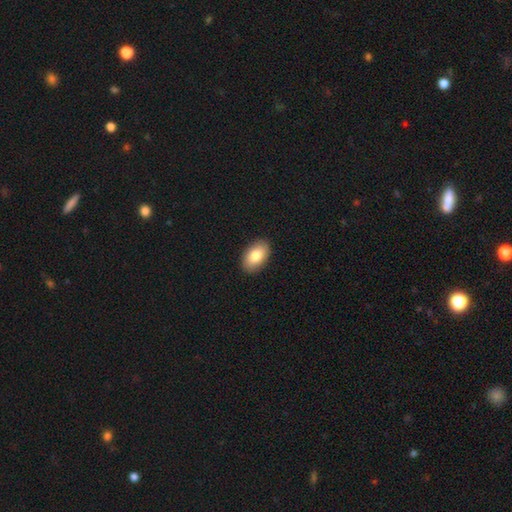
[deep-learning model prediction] smooth-or-featured: smooth: 83% | featured or disk: 11% | star or artifact: 6%
  how-rounded: in between: 93% | round: 5% | cigar-shaped: 1%
  merging: none: 90% | minor disturbance: 7% | major disturbance: 2% | merger: 1%